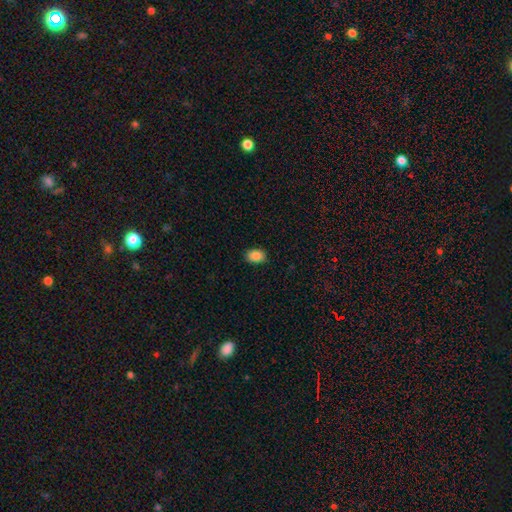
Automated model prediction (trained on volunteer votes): A smooth galaxy with no disk features (87%) that is in between round and cigar-shaped (80%).

Vote fractions:
- Smooth or featured? smooth: 87% / star or artifact: 8% / featured or disk: 5%
- How rounded? in between: 80% / round: 19% / cigar-shaped: 1%
- Merging? none: 88% / minor disturbance: 9% / major disturbance: 2% / merger: 1%